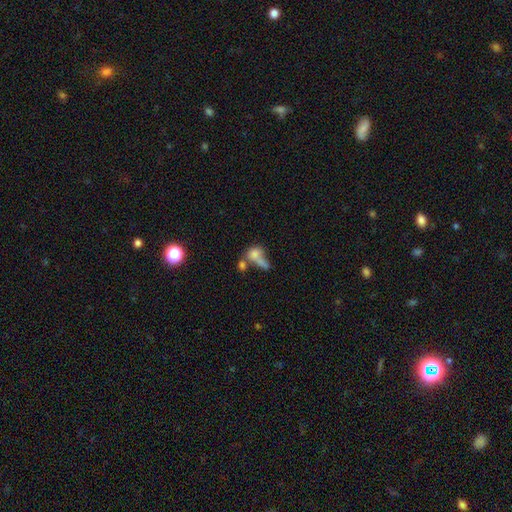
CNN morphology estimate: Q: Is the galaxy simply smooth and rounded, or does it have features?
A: smooth — 69%.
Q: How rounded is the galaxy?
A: in between — 58%.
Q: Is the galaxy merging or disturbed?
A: merger — 55%.